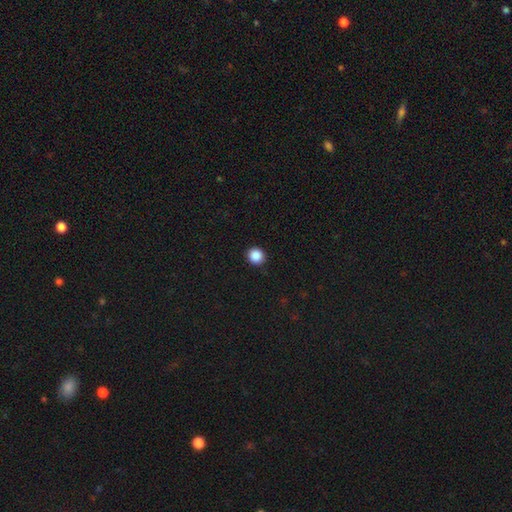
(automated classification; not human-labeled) smooth 88%, star or artifact 10%, featured or disk 2%. Down the decision tree: how rounded — round (89%); merging — none (92%).